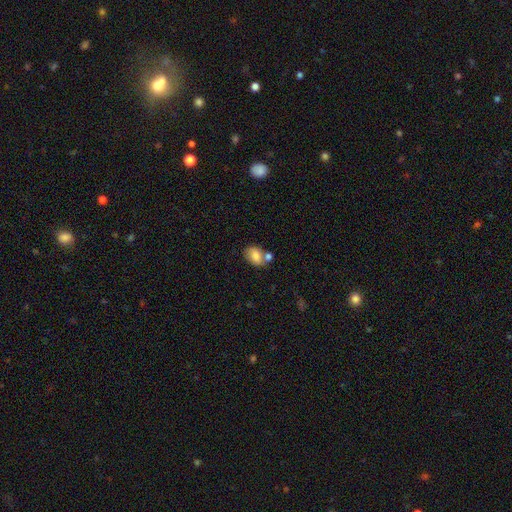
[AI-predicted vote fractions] Smooth or featured? Predicted: smooth (p=0.76). How rounded? Predicted: in between (p=0.77). Merging? Predicted: none (p=0.51).